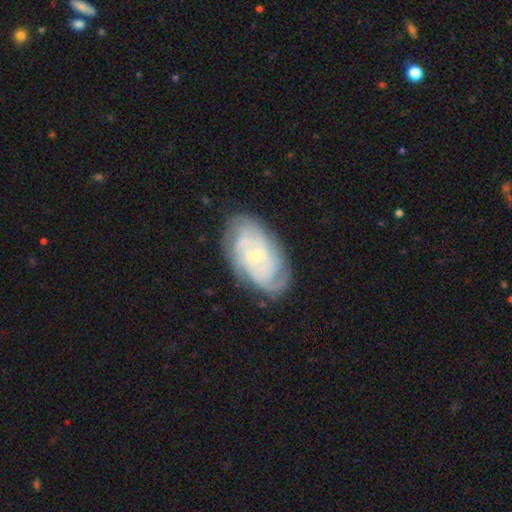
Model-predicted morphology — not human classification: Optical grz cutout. It shows a featured or disk galaxy (81%) with no bar (66%), tight (68%) spiral arms (94%) and a small central bulge (72%). Merging: none (75%).